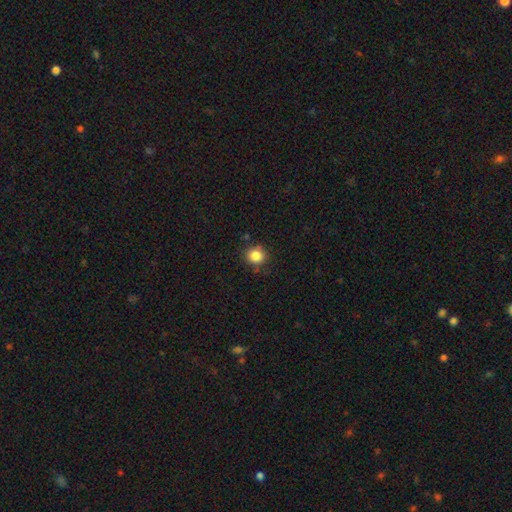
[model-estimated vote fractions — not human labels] smooth-or-featured: smooth: 84% | star or artifact: 11% | featured or disk: 5%
  how-rounded: round: 87% | in between: 12% | cigar-shaped: 1%
  merging: none: 84% | minor disturbance: 11% | merger: 3% | major disturbance: 3%